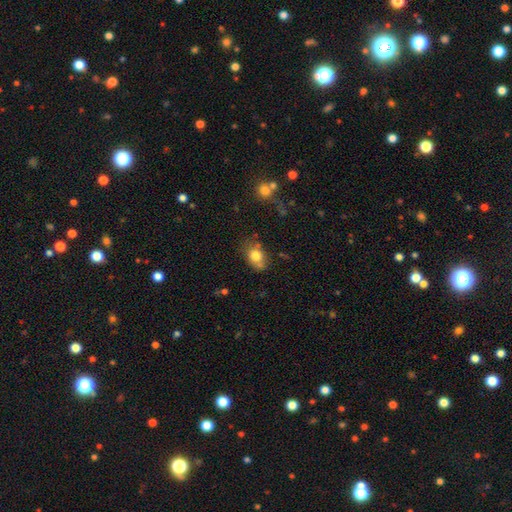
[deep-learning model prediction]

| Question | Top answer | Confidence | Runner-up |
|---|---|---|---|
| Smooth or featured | smooth | 78% | featured or disk (13%) |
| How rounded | in between | 64% | round (35%) |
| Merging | none | 57% | minor disturbance (24%) |